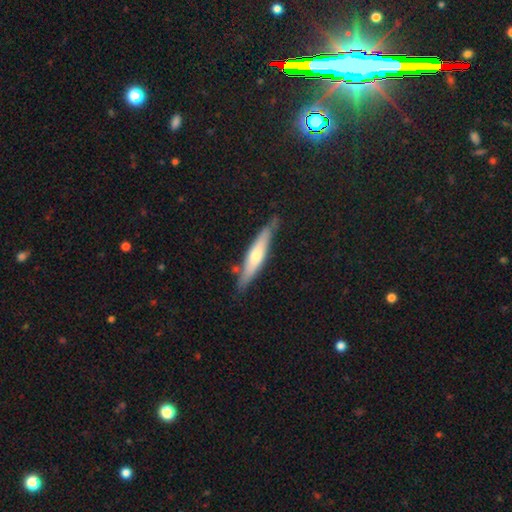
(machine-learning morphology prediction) This appears to be a featured or disk galaxy (53%) viewed edge-on (87%). Merging: none (80%).